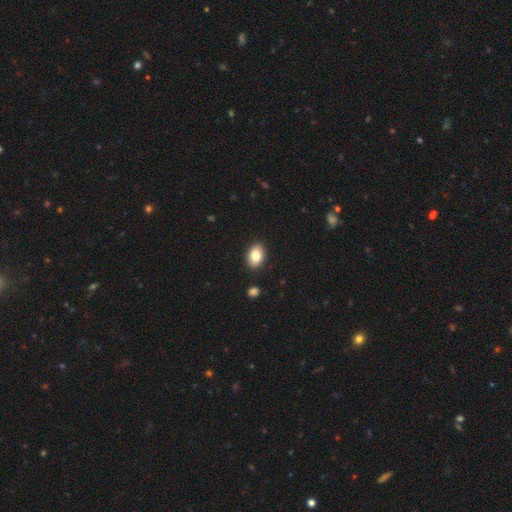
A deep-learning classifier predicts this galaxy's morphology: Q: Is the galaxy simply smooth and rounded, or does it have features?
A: smooth — 82%.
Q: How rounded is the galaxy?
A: in between — 85%.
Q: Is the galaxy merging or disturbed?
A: none — 90%.